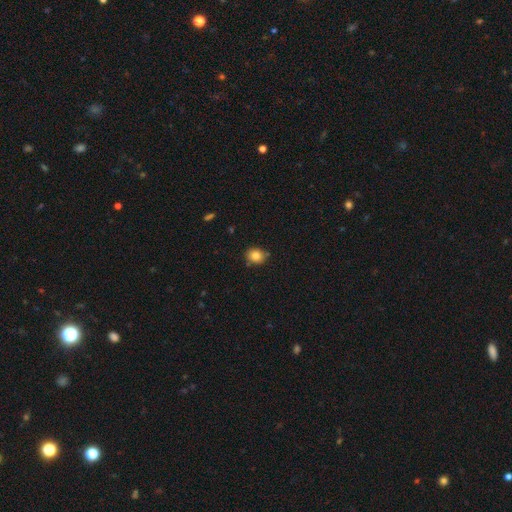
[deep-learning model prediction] Smooth or featured: smooth — 82% (star or artifact — 10%)
How rounded: round — 63% (in between — 36%)
Merging: none — 79% (minor disturbance — 15%)